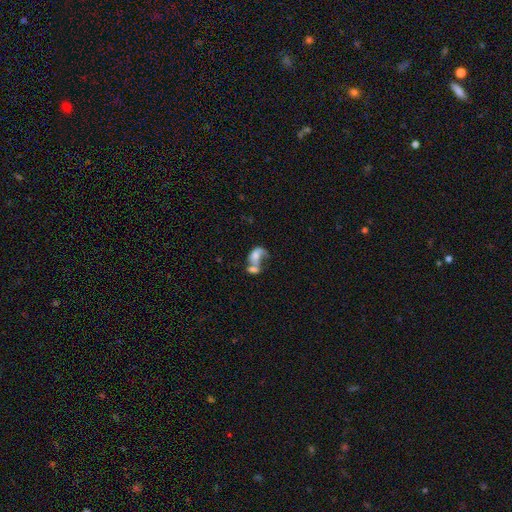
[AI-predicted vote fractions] A smooth galaxy with no disk features (46%). Merging: merger (65%).